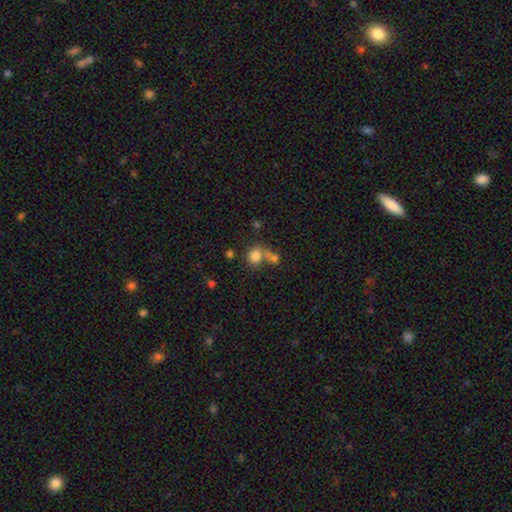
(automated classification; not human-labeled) Smooth or featured?
  - smooth: 78% *
  - star or artifact: 12%
  - featured or disk: 9%
How rounded?
  - round: 70% *
  - in between: 29%
  - cigar-shaped: 1%
Merging?
  - none: 42% *
  - merger: 41%
  - minor disturbance: 11%
  - major disturbance: 6%